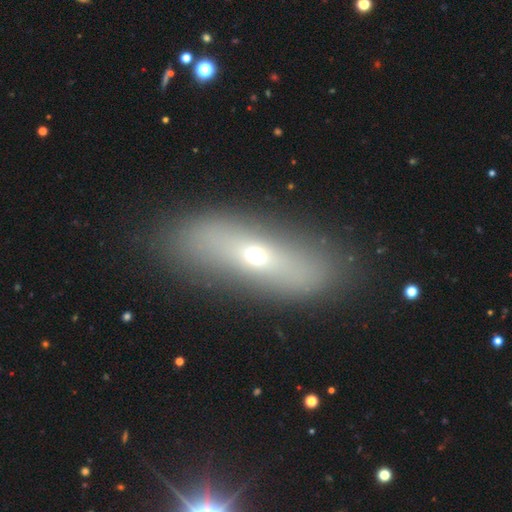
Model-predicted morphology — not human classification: smooth_or_featured: smooth (p=0.51) [alt: featured or disk p=0.36]
how_rounded: cigar-shaped (p=0.47) [tied with: in between p=0.47]
merging: none (p=0.81) [alt: minor disturbance p=0.11]